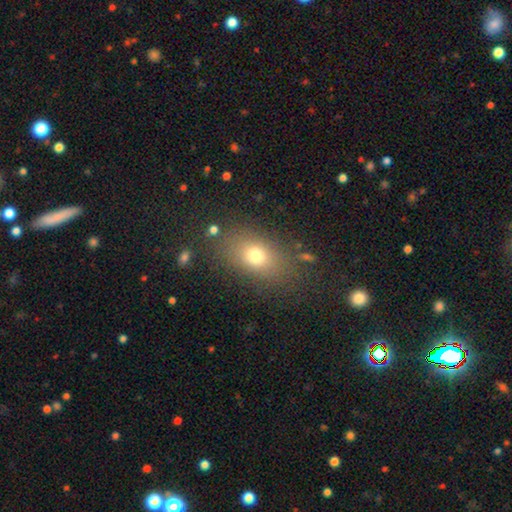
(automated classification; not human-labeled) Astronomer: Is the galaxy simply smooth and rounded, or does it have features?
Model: smooth — 73%.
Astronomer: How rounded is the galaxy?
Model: in between — 73%.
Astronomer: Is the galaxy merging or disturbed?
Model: none — 80%.